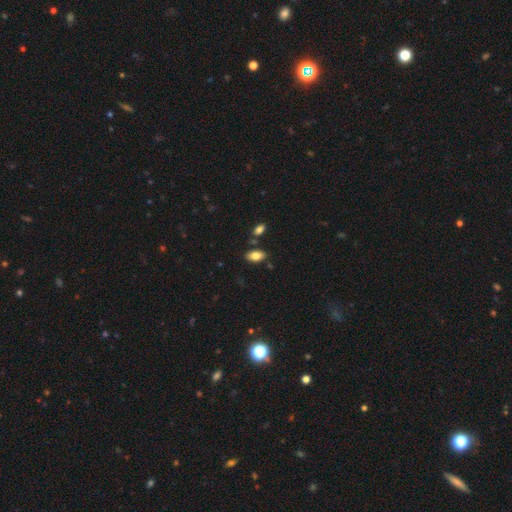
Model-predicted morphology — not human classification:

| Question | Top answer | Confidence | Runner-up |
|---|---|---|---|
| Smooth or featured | smooth | 83% | featured or disk (9%) |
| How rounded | in between | 93% | round (4%) |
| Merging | none | 81% | minor disturbance (11%) |